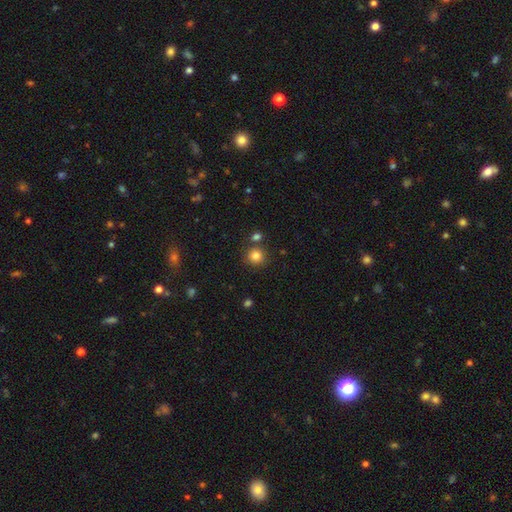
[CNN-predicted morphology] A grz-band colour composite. It shows a smooth galaxy with no disk features (82%) that is round (92%). Merging: none (79%).